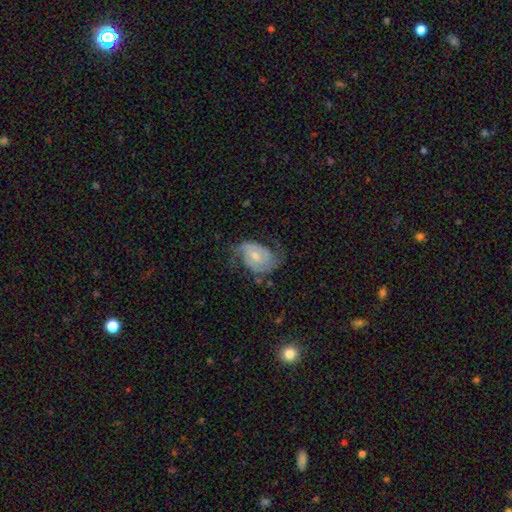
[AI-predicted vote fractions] This appears to be a featured or disk galaxy (81%) with no bar (49%), 2 (83%) medium (45%) spiral arms (94%) and a moderate central bulge (49%). Merging: none (61%).